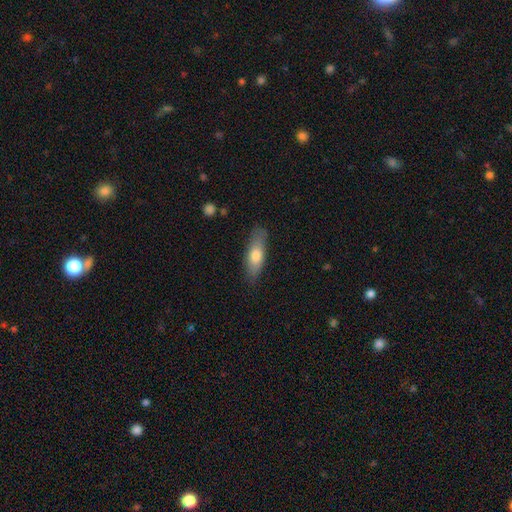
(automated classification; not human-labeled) smooth 70%, featured or disk 24%, star or artifact 6%. Down the decision tree: how rounded — in between (51%); merging — none (81%).